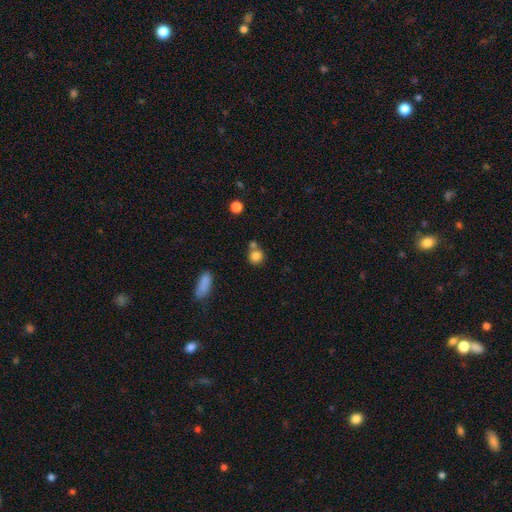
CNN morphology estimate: This is clearly a smooth galaxy (82%). How rounded: clearly round (86%). Merging: possibly none (58%).